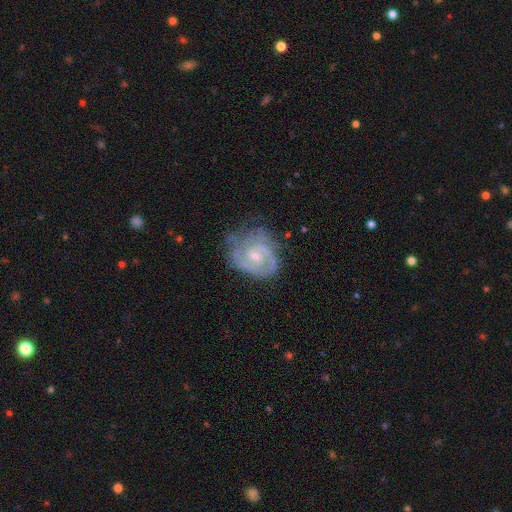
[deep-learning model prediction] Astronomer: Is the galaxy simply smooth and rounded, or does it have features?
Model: featured or disk — 84%.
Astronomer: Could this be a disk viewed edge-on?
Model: no — 98%.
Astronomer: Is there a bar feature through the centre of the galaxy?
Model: no — 46%, tied with weak at 46%.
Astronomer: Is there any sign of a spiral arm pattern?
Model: yes — 94%.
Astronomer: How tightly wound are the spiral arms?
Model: tight — 53% (runner-up: medium, 38%).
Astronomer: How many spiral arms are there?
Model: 2 — 43% (runner-up: can't tell, 26%).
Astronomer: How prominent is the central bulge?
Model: small — 58% (runner-up: moderate, 37%).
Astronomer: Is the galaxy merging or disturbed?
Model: none — 58%.